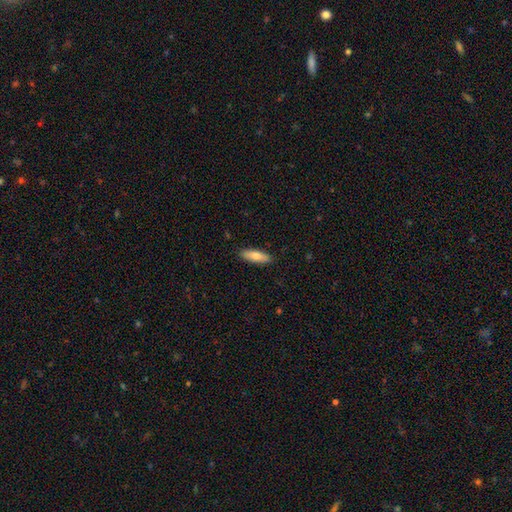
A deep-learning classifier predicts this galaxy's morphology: A smooth galaxy with no disk features (76%) that is in between round and cigar-shaped (51%). Merging: none (89%).